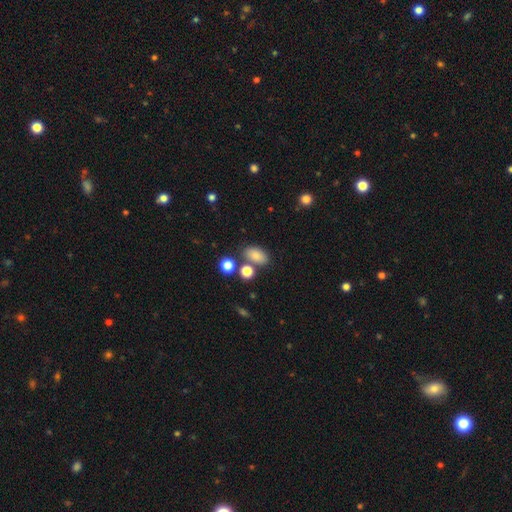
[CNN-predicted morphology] The model was most divided on "merging": none: 69%, merger: 14%, minor disturbance: 13%, major disturbance: 4%. More confident: how rounded — in between (87%); smooth or featured — smooth (81%).